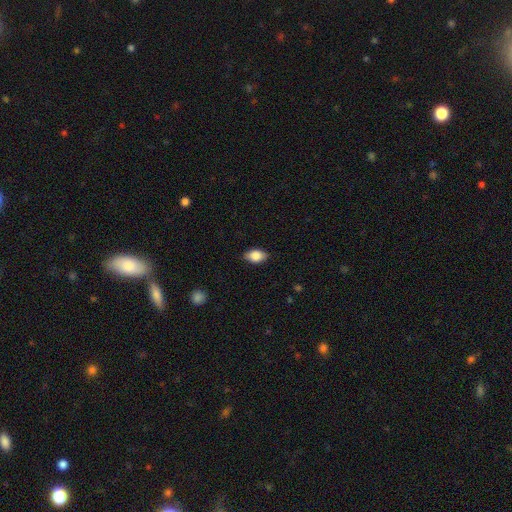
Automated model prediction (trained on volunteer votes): Smooth or featured: smooth — 83% (featured or disk — 10%)
How rounded: in between — 88% (round — 9%)
Merging: none — 82% (minor disturbance — 14%)